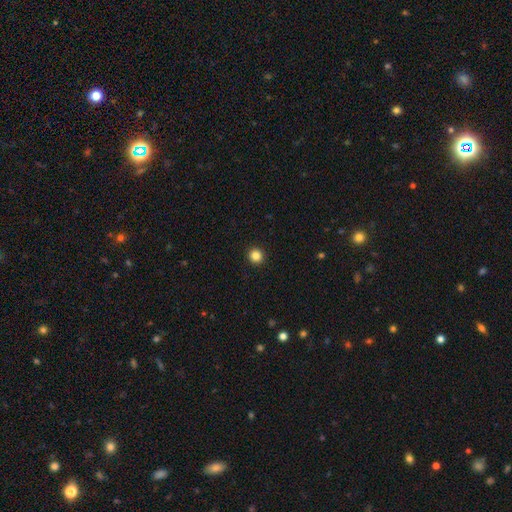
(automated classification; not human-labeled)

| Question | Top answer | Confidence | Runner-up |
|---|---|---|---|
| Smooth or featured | smooth | 85% | star or artifact (11%) |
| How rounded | round | 92% | in between (7%) |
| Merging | none | 93% | minor disturbance (4%) |